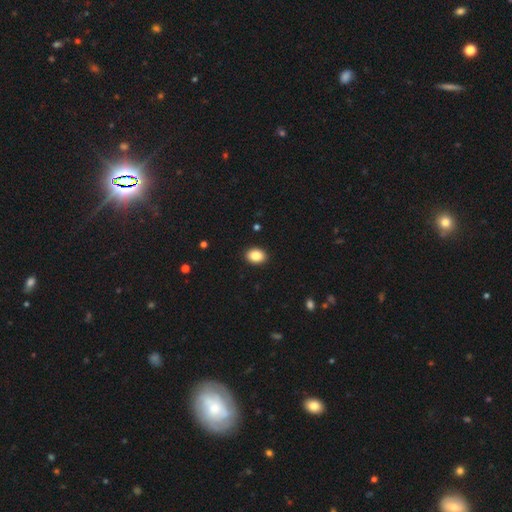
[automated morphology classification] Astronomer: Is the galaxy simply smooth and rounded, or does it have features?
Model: smooth — 87%.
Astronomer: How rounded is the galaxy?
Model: in between — 69%.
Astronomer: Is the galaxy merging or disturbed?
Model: none — 91%.